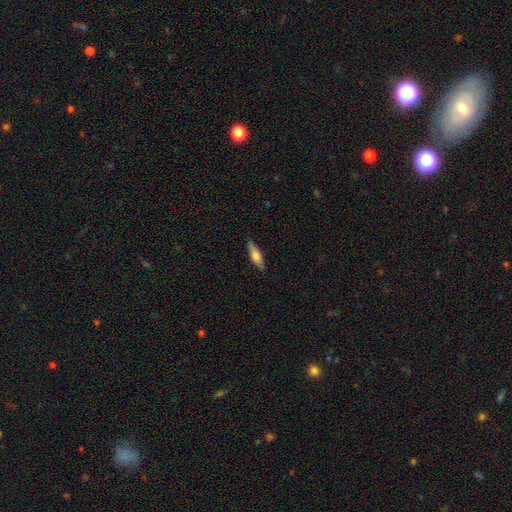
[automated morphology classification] smooth-or-featured: smooth: 66% | featured or disk: 28% | star or artifact: 6%
  how-rounded: cigar-shaped: 64% | in between: 34% | round: 2%
  merging: none: 85% | minor disturbance: 12% | major disturbance: 2% | merger: 1%